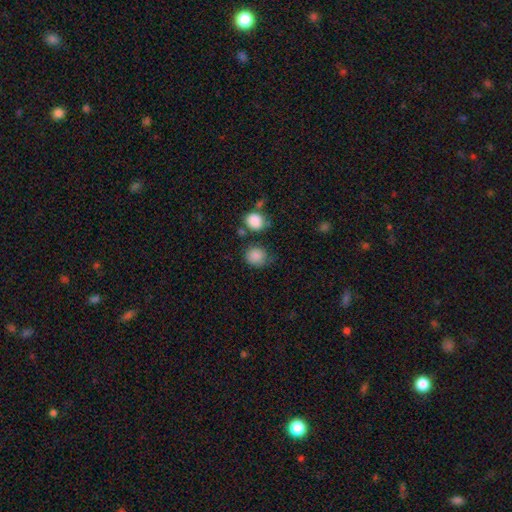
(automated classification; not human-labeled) A smooth galaxy with no disk features (85%) that is round (75%). Merging: none (65%).